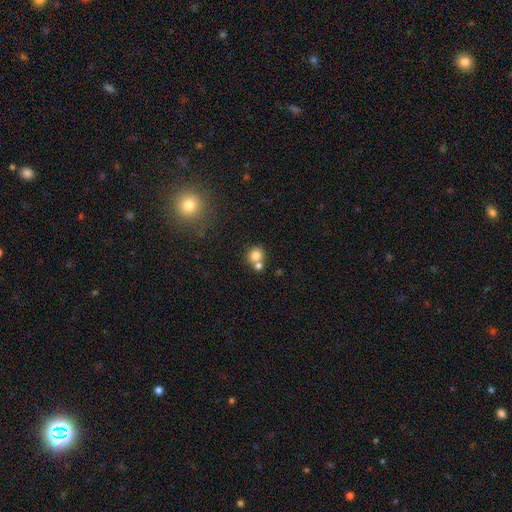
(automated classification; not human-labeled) This is likely a smooth galaxy (80%). How rounded: clearly round (85%). Merging: possibly none (51%).